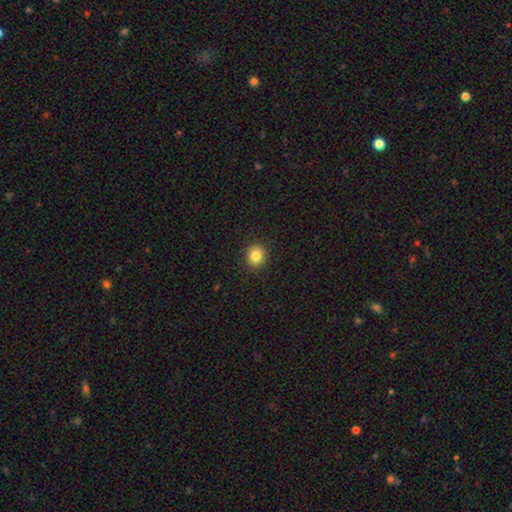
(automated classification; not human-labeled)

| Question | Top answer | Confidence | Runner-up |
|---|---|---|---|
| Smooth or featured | smooth | 83% | star or artifact (11%) |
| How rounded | round | 87% | in between (12%) |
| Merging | none | 92% | minor disturbance (5%) |